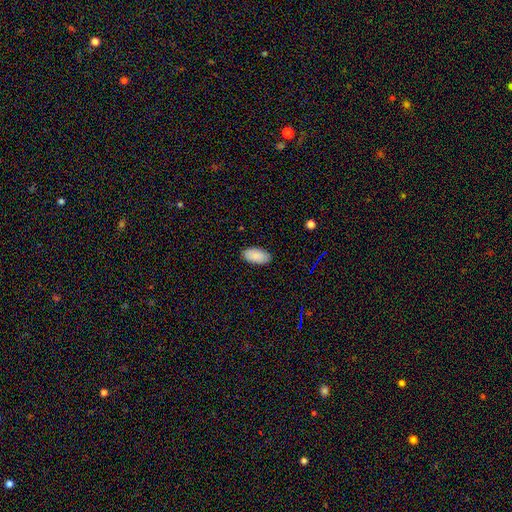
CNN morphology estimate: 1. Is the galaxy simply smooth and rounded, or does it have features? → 90% smooth, 6% star or artifact, 4% featured or disk.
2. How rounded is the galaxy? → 94% in between, 4% cigar-shaped, 2% round.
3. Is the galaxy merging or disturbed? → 88% none, 9% minor disturbance, 2% major disturbance, 1% merger.